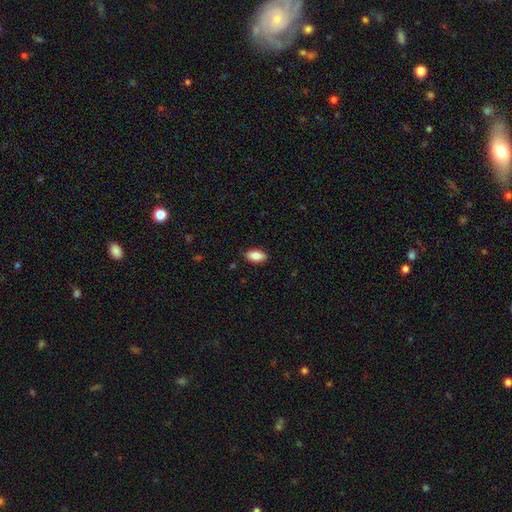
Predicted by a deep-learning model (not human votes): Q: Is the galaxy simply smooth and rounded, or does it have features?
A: smooth — 84%.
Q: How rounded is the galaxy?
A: in between — 92%.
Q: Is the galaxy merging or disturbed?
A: none — 88%.